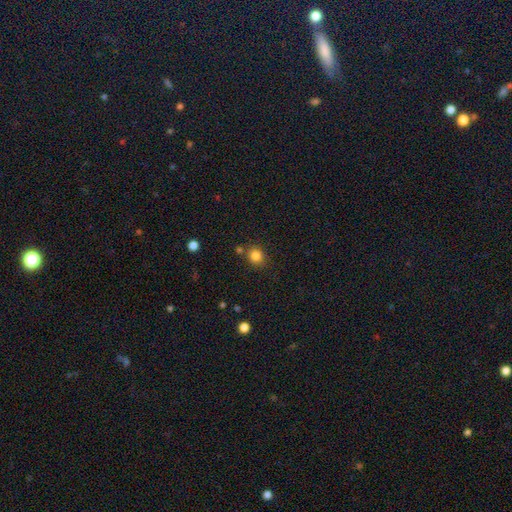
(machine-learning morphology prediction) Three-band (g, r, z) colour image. It shows a smooth galaxy with no disk features (83%) that is round (80%). Merging: none (78%).